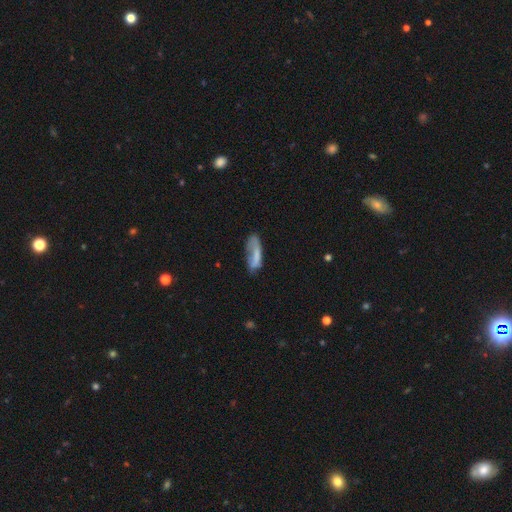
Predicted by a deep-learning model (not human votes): A smooth galaxy with no disk features (66%) that is in between round and cigar-shaped (57%).

Vote fractions:
- Smooth or featured? smooth: 66% / featured or disk: 26% / star or artifact: 8%
- How rounded? in between: 57% / cigar-shaped: 41% / round: 2%
- Merging? none: 37% / minor disturbance: 32% / major disturbance: 25% / merger: 5%